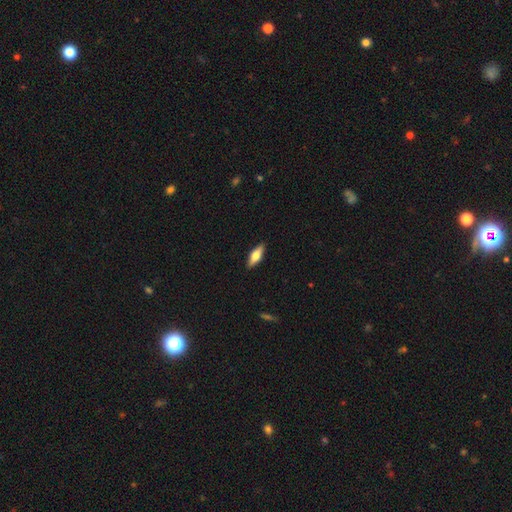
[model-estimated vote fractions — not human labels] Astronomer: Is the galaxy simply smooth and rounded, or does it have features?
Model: smooth — 62%.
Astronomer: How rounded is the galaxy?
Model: in between — 60% (runner-up: cigar-shaped, 38%).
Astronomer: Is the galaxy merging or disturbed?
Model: none — 89%.